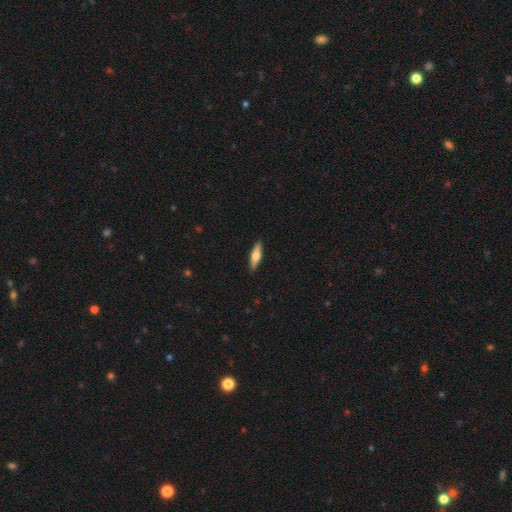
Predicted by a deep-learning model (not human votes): smooth 55%, featured or disk 40%, star or artifact 6%. Down the decision tree: how rounded — cigar-shaped (67%); merging — none (90%).